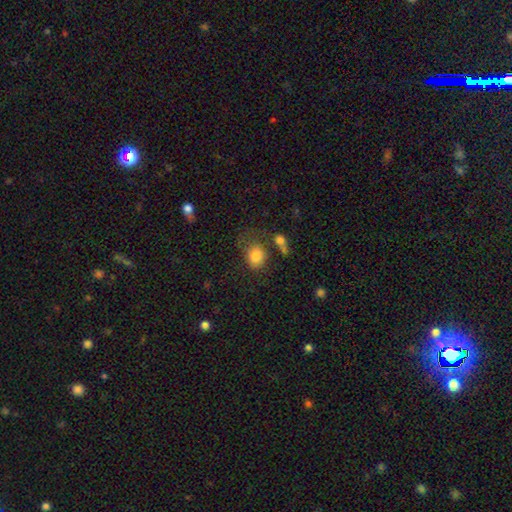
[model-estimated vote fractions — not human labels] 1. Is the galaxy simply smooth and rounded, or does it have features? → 81% smooth, 10% featured or disk, 9% star or artifact.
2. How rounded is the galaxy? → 57% in between, 42% round, 1% cigar-shaped.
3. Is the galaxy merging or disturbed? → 47% none, 22% minor disturbance, 18% major disturbance, 12% merger.